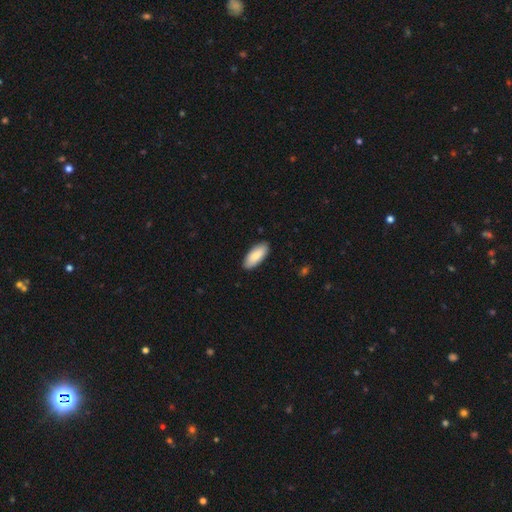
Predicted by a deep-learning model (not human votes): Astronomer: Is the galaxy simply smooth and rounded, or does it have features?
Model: smooth — 86%.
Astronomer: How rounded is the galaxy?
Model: in between — 84%.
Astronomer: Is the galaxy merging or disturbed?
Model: none — 90%.